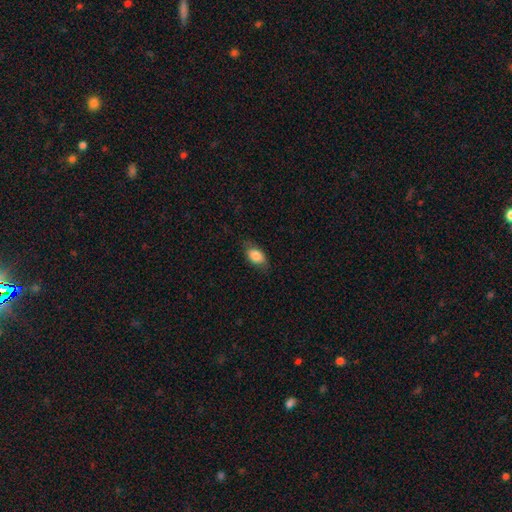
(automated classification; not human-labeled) A smooth galaxy with no disk features (84%) that is in between round and cigar-shaped (88%). Merging: none (75%).